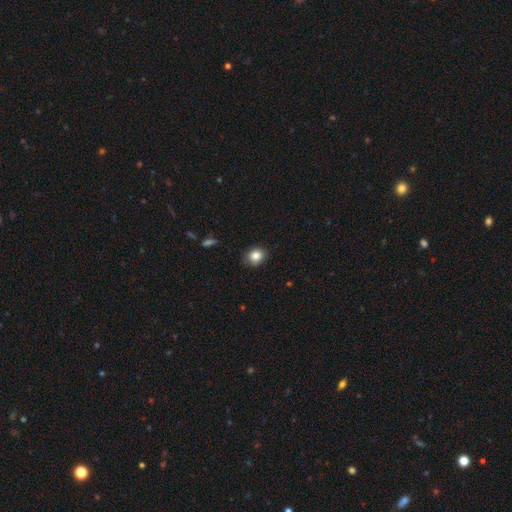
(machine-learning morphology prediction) Smooth or featured: smooth — 84% (star or artifact — 10%)
How rounded: round — 68% (in between — 31%)
Merging: none — 79% (minor disturbance — 17%)